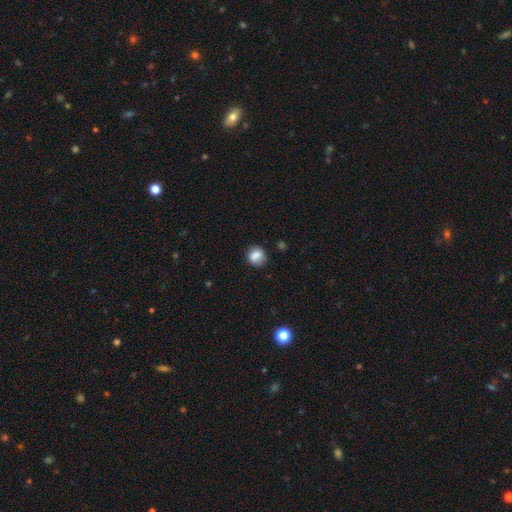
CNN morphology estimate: A smooth galaxy with no disk features (81%) that is round (70%).

Vote fractions:
- Smooth or featured? smooth: 81% / featured or disk: 9% / star or artifact: 9%
- How rounded? round: 70% / in between: 28% / cigar-shaped: 1%
- Merging? none: 70% / minor disturbance: 20% / major disturbance: 6% / merger: 4%